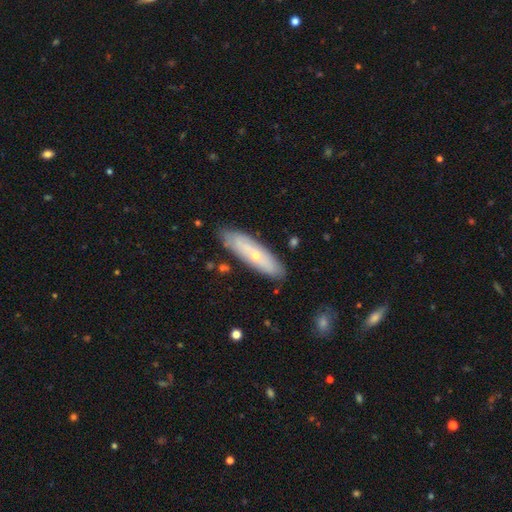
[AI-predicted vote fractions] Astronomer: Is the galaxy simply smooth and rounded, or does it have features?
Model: featured or disk — 50% (runner-up: smooth, 43%).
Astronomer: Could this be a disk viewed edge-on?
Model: no — 61% (runner-up: yes, 39%).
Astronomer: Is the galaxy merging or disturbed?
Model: none — 82%.